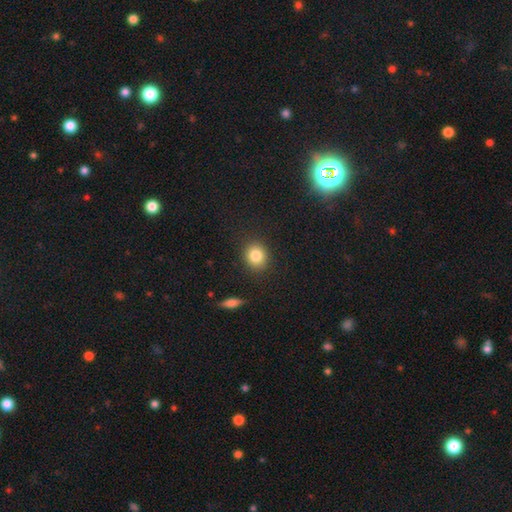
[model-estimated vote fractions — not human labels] A smooth galaxy with no disk features (83%) that is round (73%). Merging: none (87%).